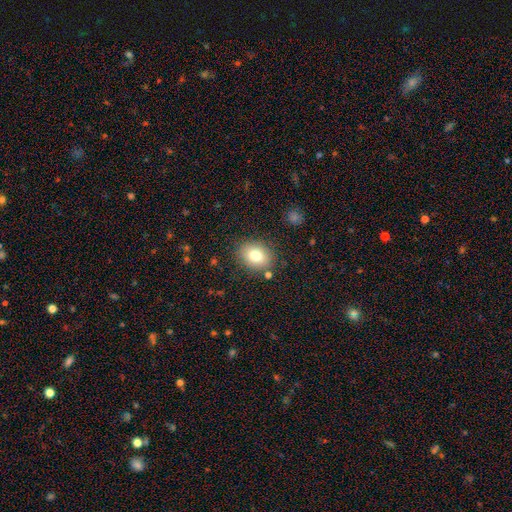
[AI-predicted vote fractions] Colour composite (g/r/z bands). It shows a smooth galaxy with no disk features (78%) that is in between round and cigar-shaped (56%). Merging: none (83%).